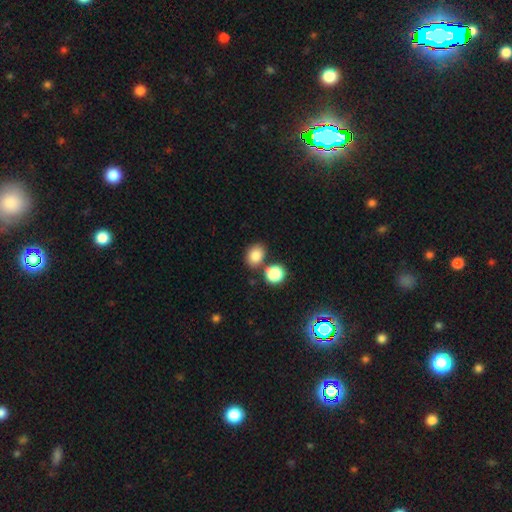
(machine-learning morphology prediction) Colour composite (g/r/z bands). It shows a smooth galaxy with no disk features (84%) that is in between round and cigar-shaped (57%). Merging: none (69%).